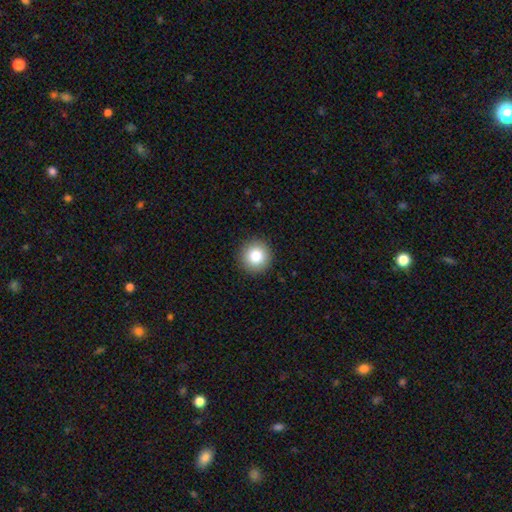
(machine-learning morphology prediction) A smooth galaxy with no disk features (82%) that is round (95%). Merging: none (92%).